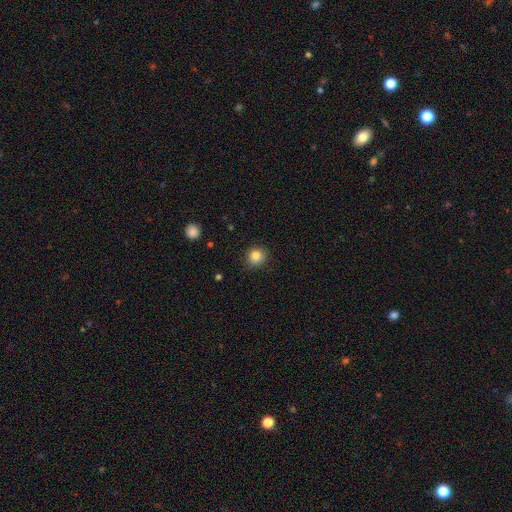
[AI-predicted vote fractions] Smooth or featured? Predicted: smooth (p=0.84). How rounded? Predicted: round (p=0.87). Merging? Predicted: none (p=0.89).